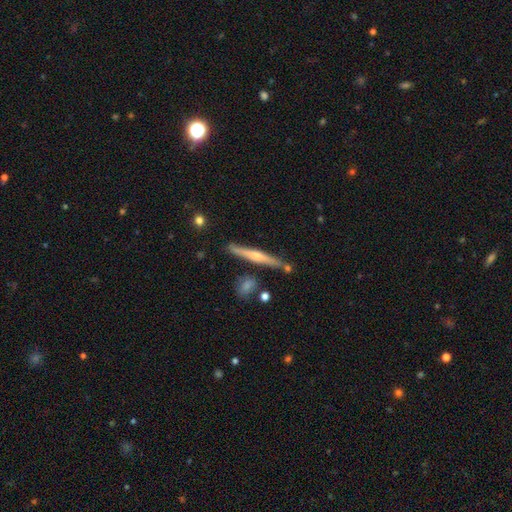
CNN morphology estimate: Smooth or featured? featured or disk (58%)
Edge-on disk? yes (97%)
Edge-on bulge? rounded (66%)
Merging? none (82%)